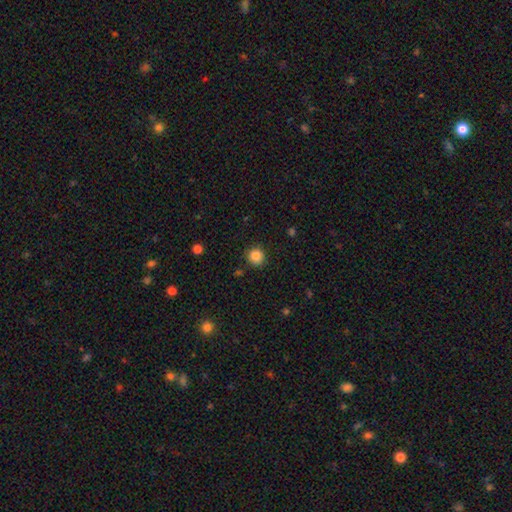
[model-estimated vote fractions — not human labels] A smooth galaxy with no disk features (85%) that is round (91%). Merging: none (89%).